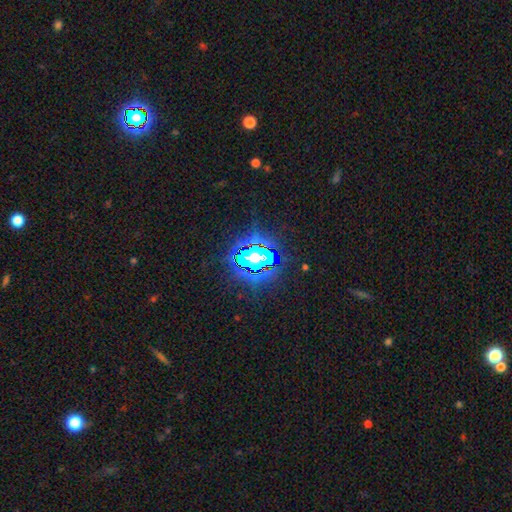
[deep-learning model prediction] smooth-or-featured: star or artifact: 70% | smooth: 18% | featured or disk: 12%